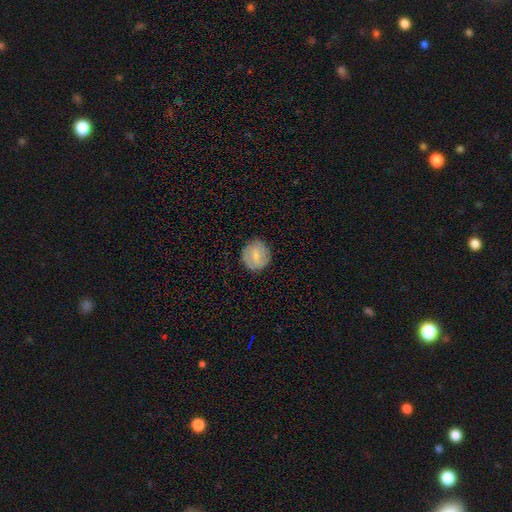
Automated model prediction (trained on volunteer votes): This is likely a smooth galaxy (74%). How rounded: clearly round (89%). Merging: clearly none (85%).